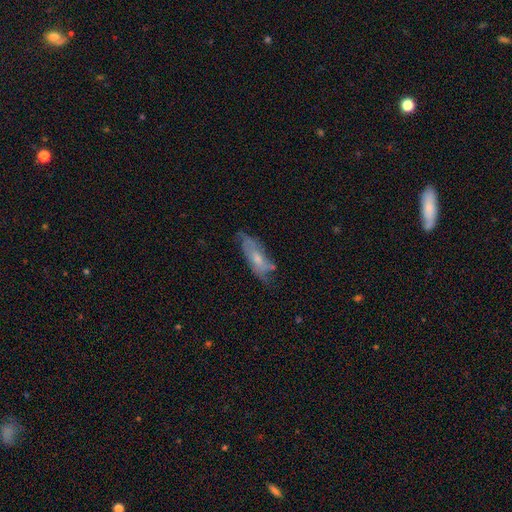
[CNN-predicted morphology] A featured or disk galaxy (55%).

Vote fractions:
- Smooth or featured? featured or disk: 55% / smooth: 36% / star or artifact: 9%
- Edge-on disk? no: 74% / yes: 26%
- Merging? none: 60% / minor disturbance: 27% / major disturbance: 10% / merger: 3%